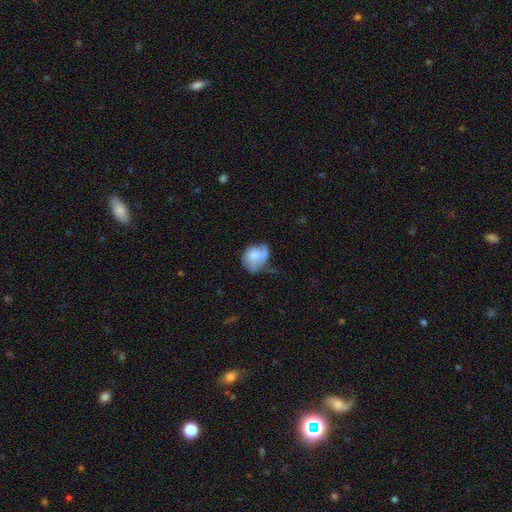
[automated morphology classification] smooth_or_featured: smooth (p=0.62) [alt: featured or disk p=0.31]
how_rounded: in between (p=0.53) [alt: round p=0.46]
merging: minor disturbance (p=0.36) [tied with: none p=0.36]